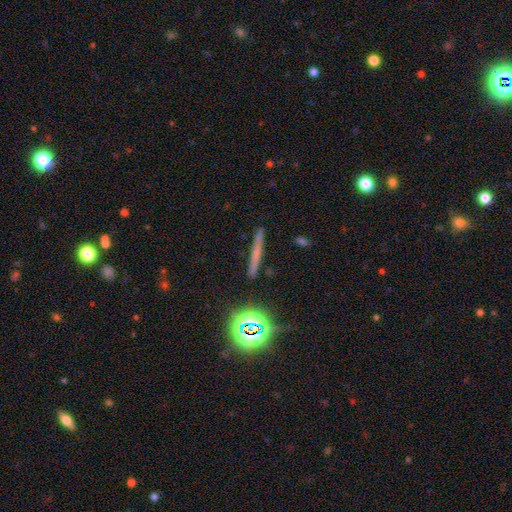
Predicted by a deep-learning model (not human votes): This is possibly a smooth galaxy (52%). How rounded: clearly cigar-shaped (92%). Merging: clearly none (88%).